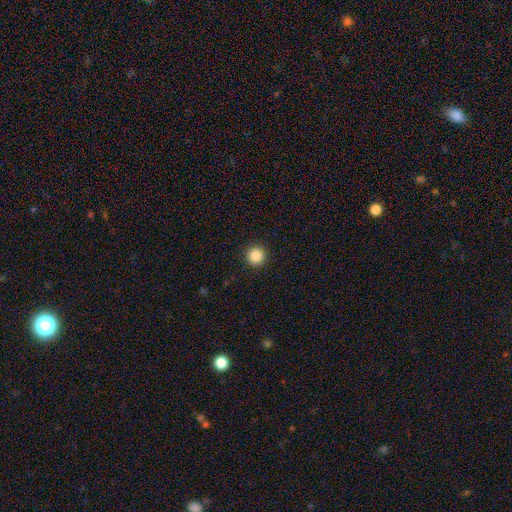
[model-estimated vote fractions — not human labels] smooth 86%, star or artifact 10%, featured or disk 3%. Down the decision tree: how rounded — round (96%); merging — none (93%).